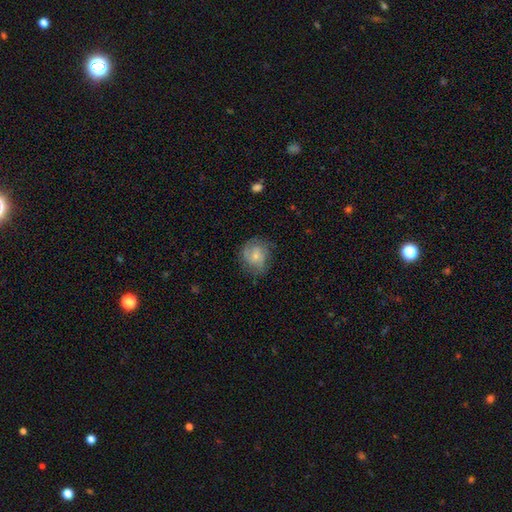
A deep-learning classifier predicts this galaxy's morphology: Smooth or featured? featured or disk (57%)
Edge-on disk? no (98%)
Bar? no (62%)
Spiral arms? yes (87%)
Bulge size? small (63%)
Merging? none (69%)